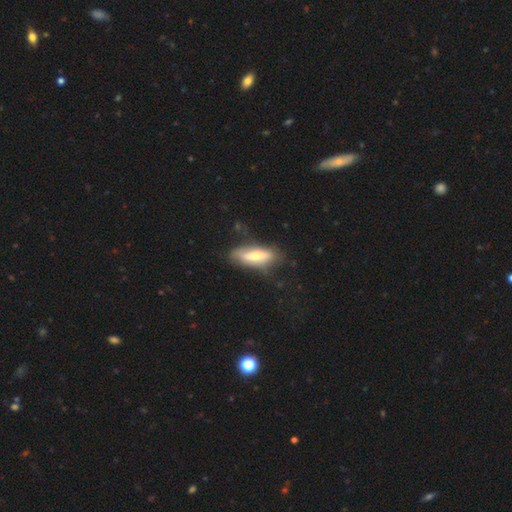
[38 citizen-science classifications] A smooth galaxy with no disk features (71%) that is in between round and cigar-shaped (56%).

Vote fractions:
- Smooth or featured? smooth: 71% / featured or disk: 24% / star or artifact: 5%
- How rounded? in between: 56% / cigar-shaped: 44% / round: 0%
- Merging? none: 67% / minor disturbance: 28% / major disturbance: 6% / merger: 0%